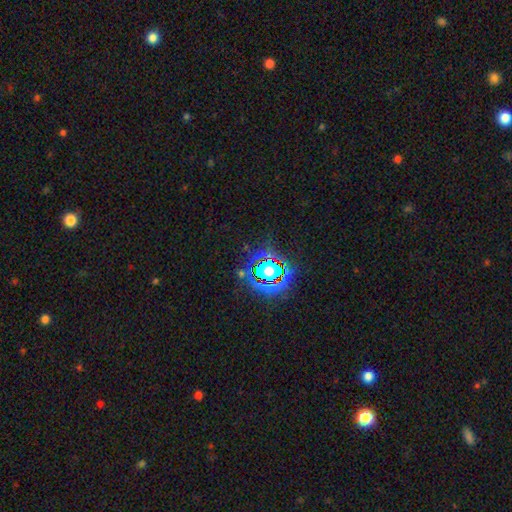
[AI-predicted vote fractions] Q: Smooth or featured?
A: star or artifact (80%); runner-up: smooth (12%)